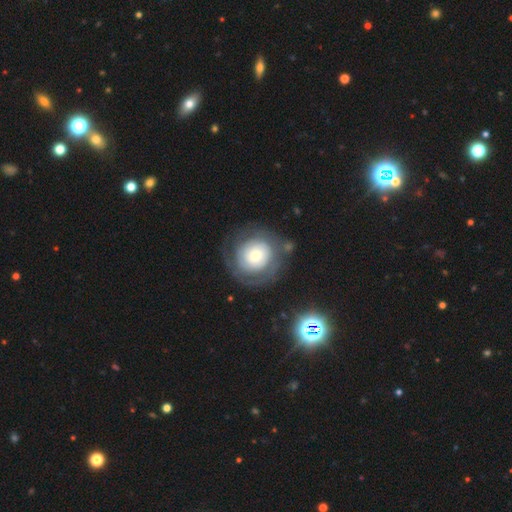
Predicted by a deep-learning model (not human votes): A featured or disk galaxy (56%) with no bar (83%), spiral arms (67%) and a moderate central bulge (41%). Merging: none (69%).